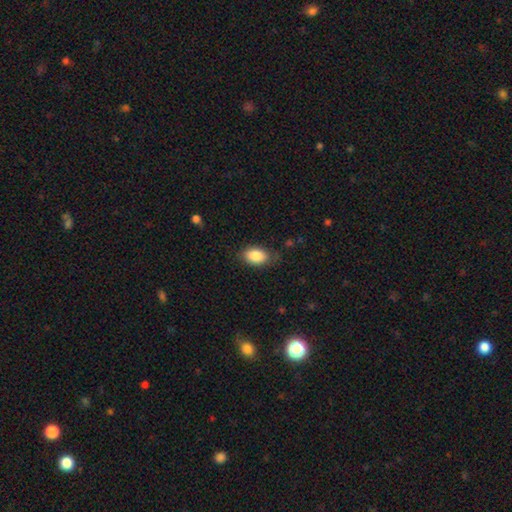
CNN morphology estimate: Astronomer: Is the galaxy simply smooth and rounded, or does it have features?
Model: smooth — 87%.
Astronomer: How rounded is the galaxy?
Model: in between — 90%.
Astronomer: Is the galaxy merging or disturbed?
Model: none — 78%.